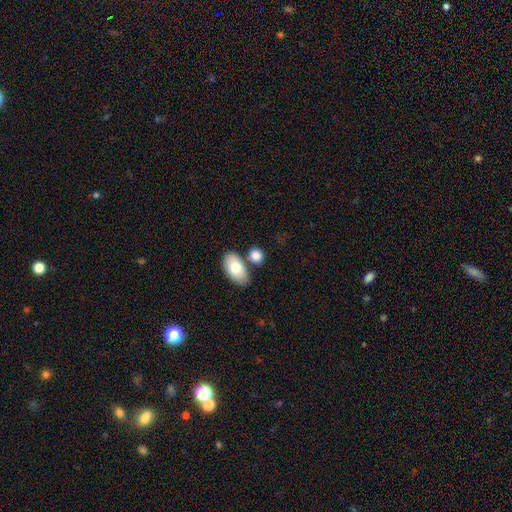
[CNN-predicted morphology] Smooth or featured?
  - smooth: 82% *
  - featured or disk: 11%
  - star or artifact: 7%
How rounded?
  - in between: 69% *
  - round: 28%
  - cigar-shaped: 3%
Merging?
  - none: 61% *
  - merger: 22%
  - minor disturbance: 13%
  - major disturbance: 4%